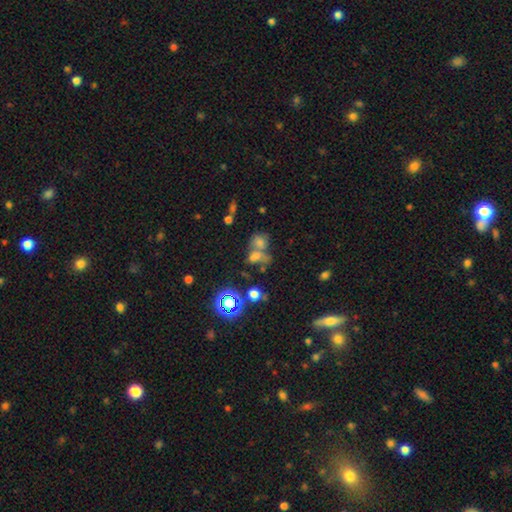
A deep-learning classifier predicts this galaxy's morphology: A smooth galaxy with no disk features (55%) that is in between round and cigar-shaped (50%).

Vote fractions:
- Smooth or featured? smooth: 55% / star or artifact: 30% / featured or disk: 15%
- How rounded? in between: 50% / round: 46% / cigar-shaped: 3%
- Merging? merger: 54% / none: 31% / minor disturbance: 9% / major disturbance: 7%